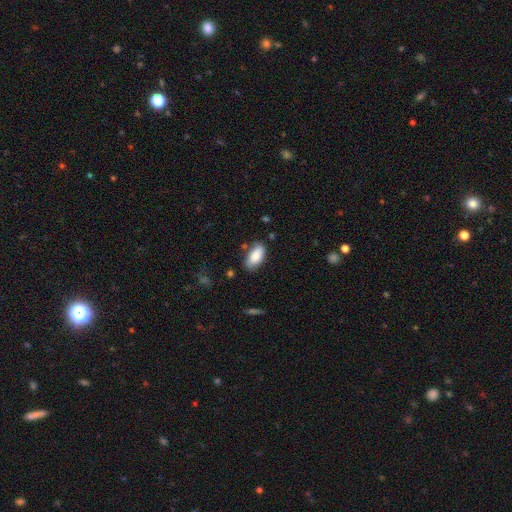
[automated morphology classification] Smooth or featured? smooth (84%)
How rounded? in between (93%)
Merging? none (77%)